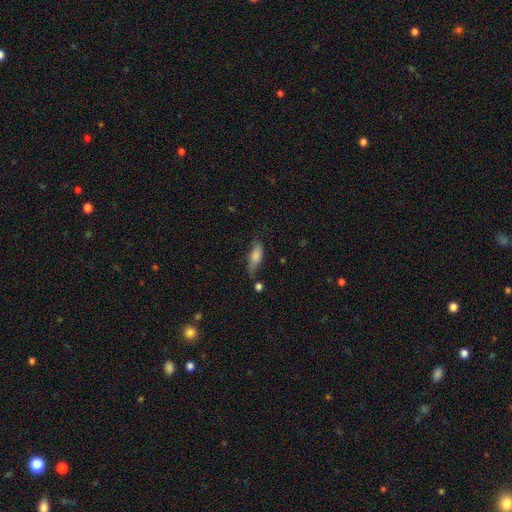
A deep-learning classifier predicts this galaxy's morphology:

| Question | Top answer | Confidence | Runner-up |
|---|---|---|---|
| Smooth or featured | smooth | 71% | featured or disk (21%) |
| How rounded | in between | 60% | cigar-shaped (37%) |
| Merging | none | 56% | minor disturbance (29%) |